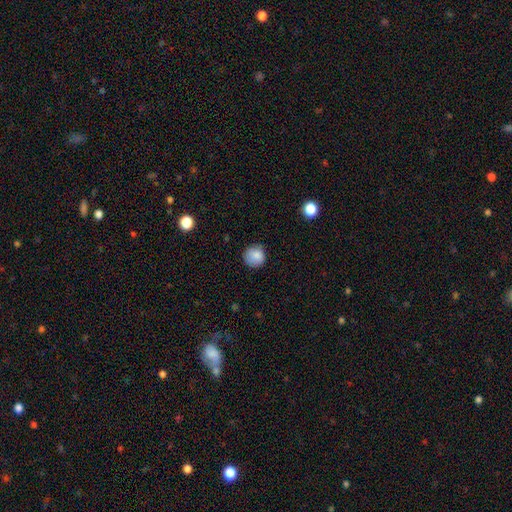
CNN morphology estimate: smooth 85%, star or artifact 9%, featured or disk 6%. Down the decision tree: how rounded — round (90%); merging — none (78%).